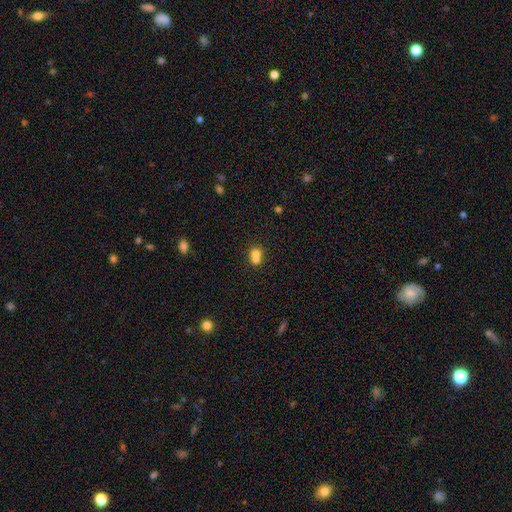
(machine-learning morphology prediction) This is likely a smooth galaxy (72%). How rounded: likely round (62%). Merging: likely merger (63%).